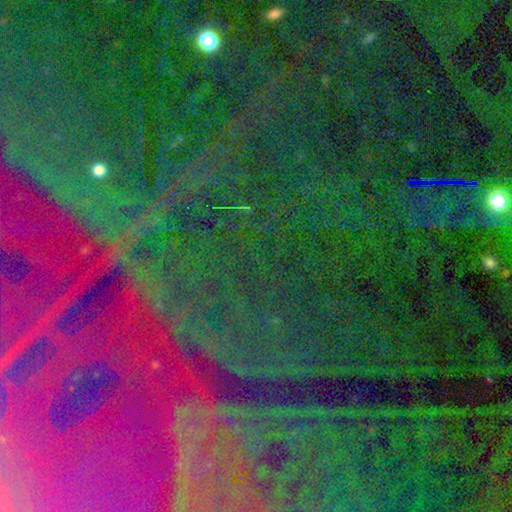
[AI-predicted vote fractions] Smooth or featured: star or artifact — 85% (smooth — 8%)